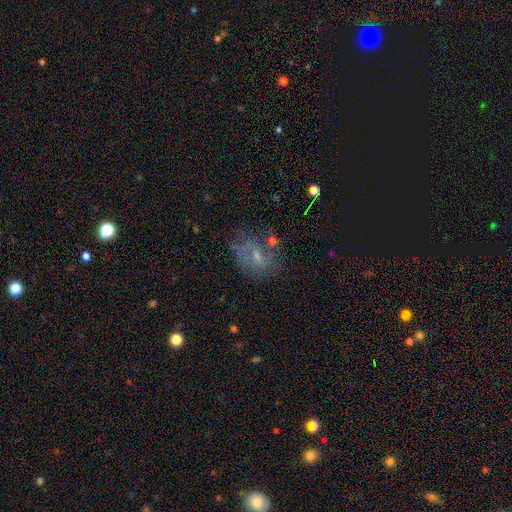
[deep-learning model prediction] Smooth or featured? Predicted: featured or disk (p=0.47). Merging? Predicted: none (p=0.54).